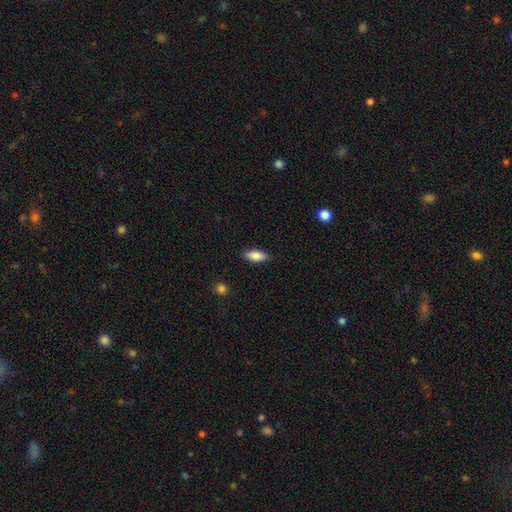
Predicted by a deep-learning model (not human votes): This is clearly a smooth galaxy (81%). How rounded: likely in between (74%). Merging: clearly none (86%).